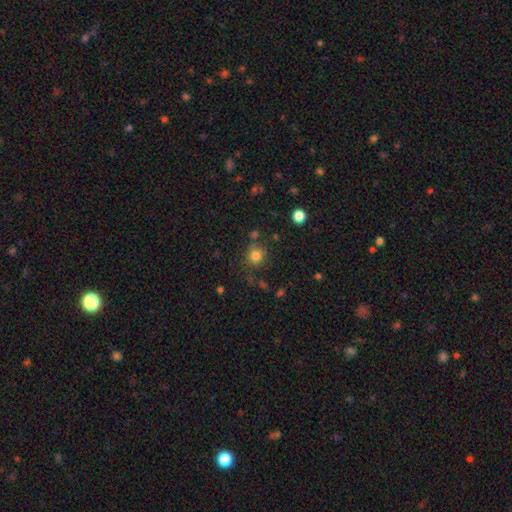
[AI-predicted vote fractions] smooth_or_featured: smooth (p=0.80) [alt: star or artifact p=0.13]
how_rounded: round (p=0.87) [alt: in between p=0.12]
merging: none (p=0.76) [alt: minor disturbance p=0.12]